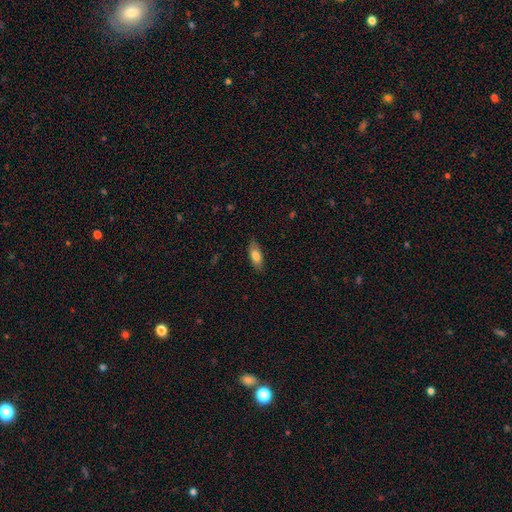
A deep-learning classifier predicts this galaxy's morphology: Smooth or featured?
  - smooth: 79% *
  - featured or disk: 14%
  - star or artifact: 6%
How rounded?
  - in between: 81% *
  - cigar-shaped: 17%
  - round: 3%
Merging?
  - none: 85% *
  - minor disturbance: 11%
  - major disturbance: 2%
  - merger: 1%